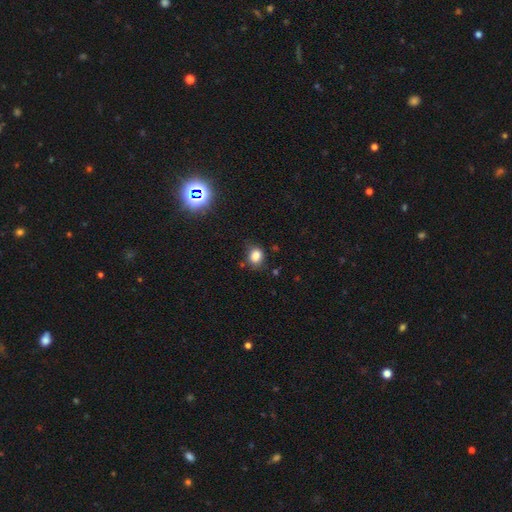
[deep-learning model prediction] Q: Smooth or featured?
A: smooth (82%); runner-up: star or artifact (12%)
Q: How rounded?
A: round (52%); runner-up: in between (47%)
Q: Merging?
A: none (72%); runner-up: minor disturbance (20%)